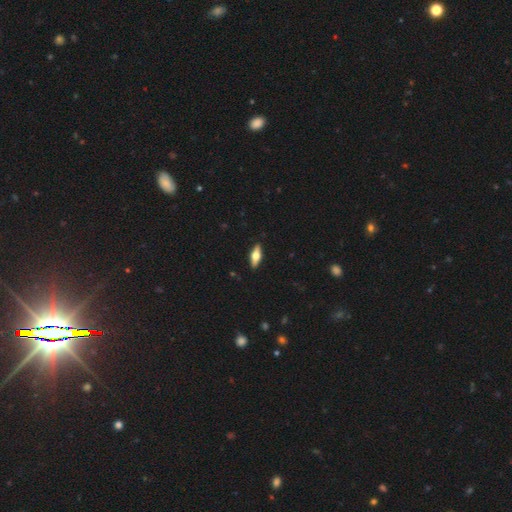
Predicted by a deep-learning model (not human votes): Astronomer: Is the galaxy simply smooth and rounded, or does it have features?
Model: featured or disk — 47%, tied with smooth at 47%.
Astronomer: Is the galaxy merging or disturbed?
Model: none — 90%.